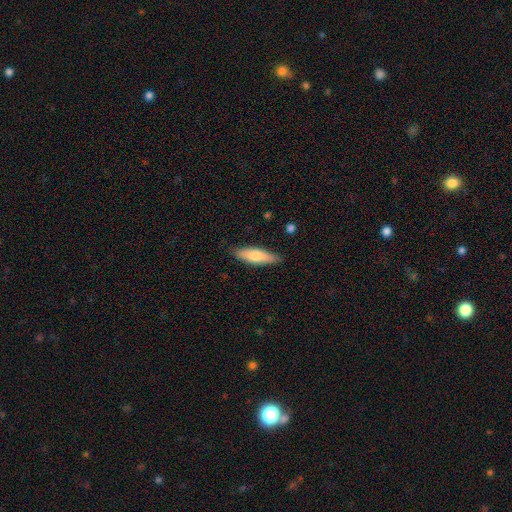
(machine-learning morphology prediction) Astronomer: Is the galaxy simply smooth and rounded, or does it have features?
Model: smooth — 73%.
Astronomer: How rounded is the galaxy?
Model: cigar-shaped — 56% (runner-up: in between, 43%).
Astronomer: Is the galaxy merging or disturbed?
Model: none — 85%.